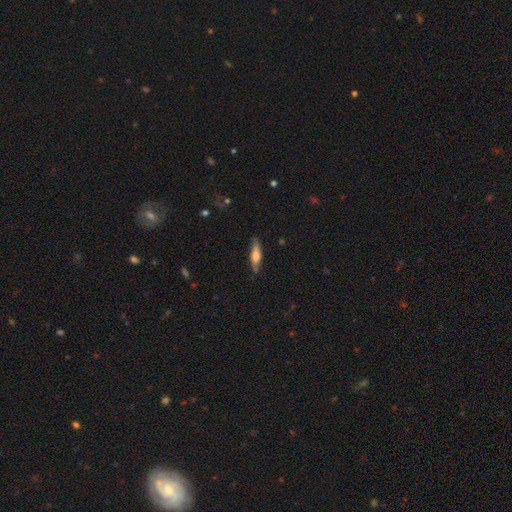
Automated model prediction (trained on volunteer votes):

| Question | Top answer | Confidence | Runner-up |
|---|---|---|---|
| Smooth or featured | smooth | 51% | featured or disk (43%) |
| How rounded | cigar-shaped | 74% | in between (24%) |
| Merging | none | 82% | minor disturbance (14%) |